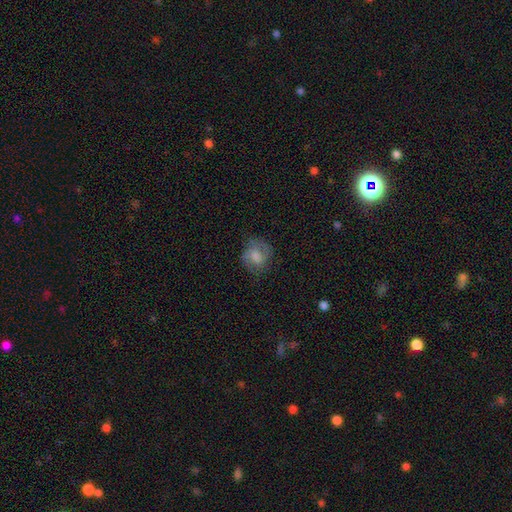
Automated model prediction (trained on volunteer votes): A smooth galaxy with no disk features (52%) that is round (65%). Merging: none (67%).